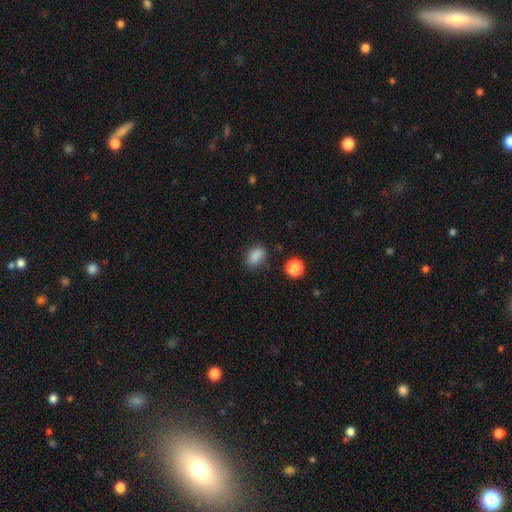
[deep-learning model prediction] The model was most divided on "how rounded": in between: 80%, round: 18%, cigar-shaped: 2%. More confident: smooth or featured — smooth (86%); merging — none (79%).